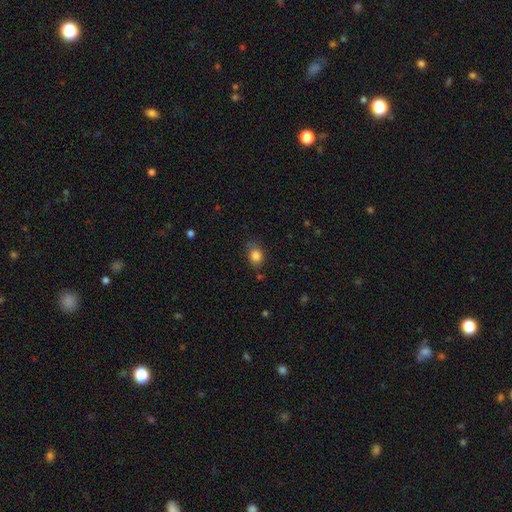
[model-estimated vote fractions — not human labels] smooth_or_featured: smooth (p=0.84) [alt: star or artifact p=0.10]
how_rounded: round (p=0.53) [alt: in between p=0.46]
merging: none (p=0.70) [alt: minor disturbance p=0.22]